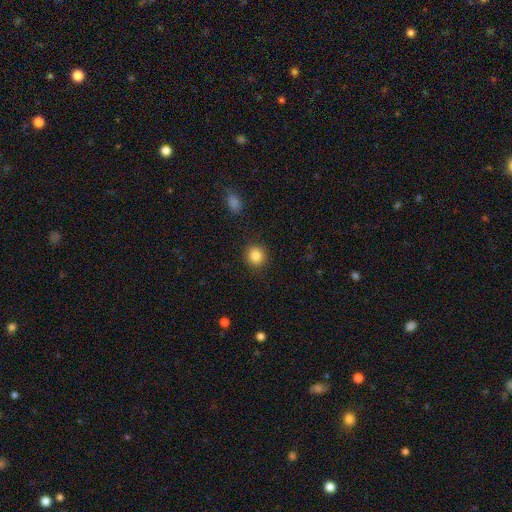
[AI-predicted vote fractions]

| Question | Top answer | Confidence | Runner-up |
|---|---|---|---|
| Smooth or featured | smooth | 85% | star or artifact (10%) |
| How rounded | round | 88% | in between (11%) |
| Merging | none | 90% | minor disturbance (6%) |